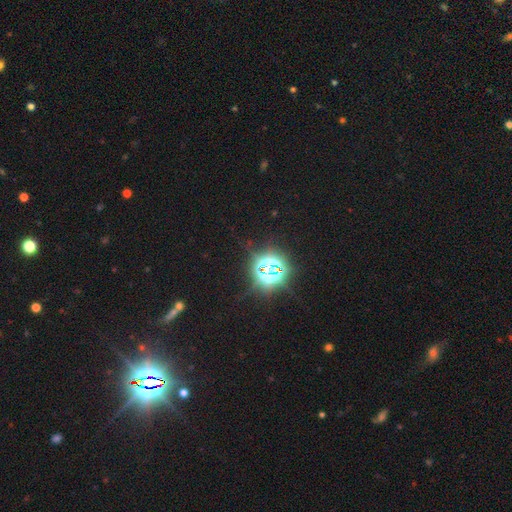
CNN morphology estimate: Smooth or featured? star or artifact (79%)